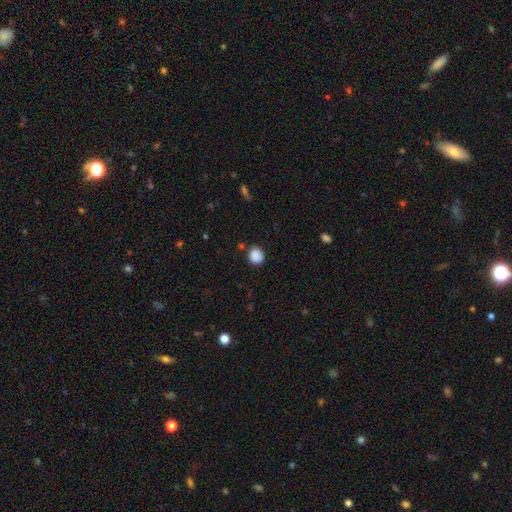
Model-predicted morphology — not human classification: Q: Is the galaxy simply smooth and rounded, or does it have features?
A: smooth — 88%.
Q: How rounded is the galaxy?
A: round — 81%.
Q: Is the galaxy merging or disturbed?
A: none — 84%.